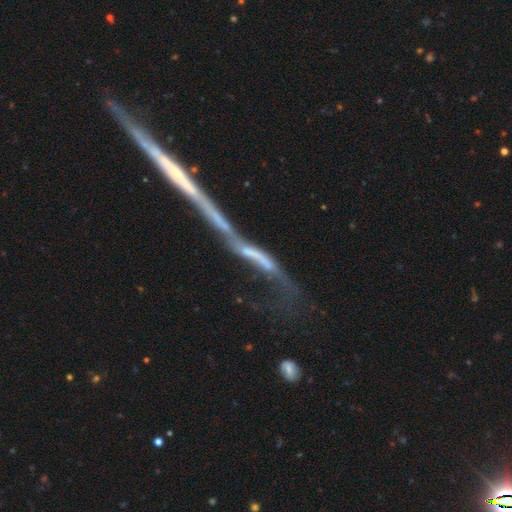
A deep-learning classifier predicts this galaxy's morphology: A featured or disk galaxy (64%) viewed edge-on (50%, tied with no). Merging: merger (54%).